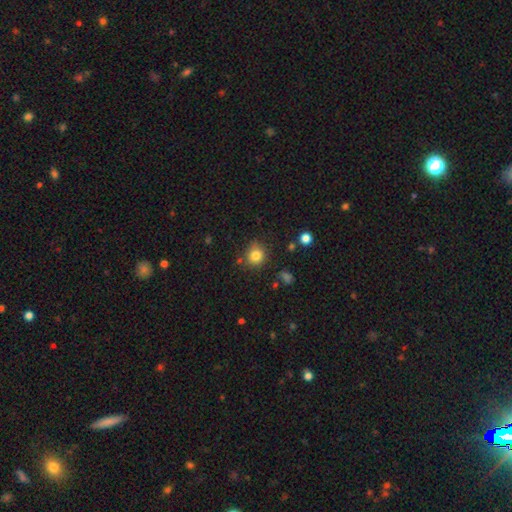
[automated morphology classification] Smooth or featured?
  - smooth: 82% *
  - star or artifact: 12%
  - featured or disk: 6%
How rounded?
  - round: 87% *
  - in between: 12%
  - cigar-shaped: 1%
Merging?
  - none: 80% *
  - minor disturbance: 13%
  - merger: 4%
  - major disturbance: 3%